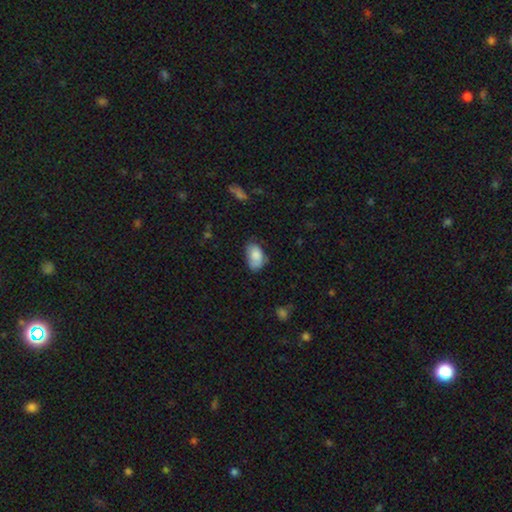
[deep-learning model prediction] The model was most divided on "merging": none: 53%, minor disturbance: 35%, major disturbance: 9%, merger: 3%. More confident: how rounded — in between (91%); smooth or featured — smooth (83%).